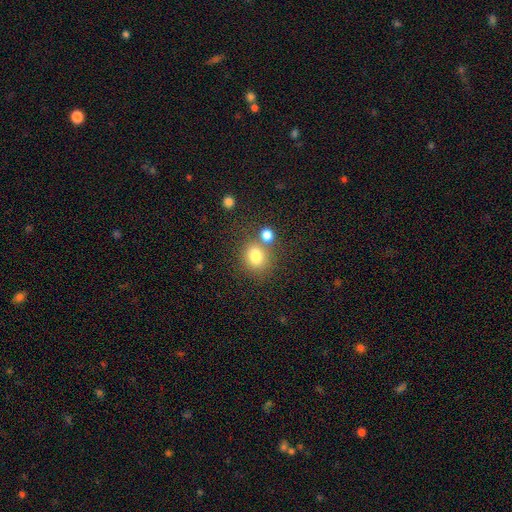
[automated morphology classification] Smooth or featured? smooth (79%)
How rounded? round (57%)
Merging? none (56%)